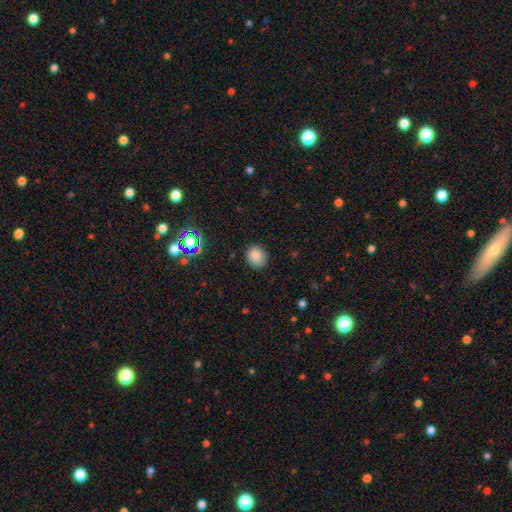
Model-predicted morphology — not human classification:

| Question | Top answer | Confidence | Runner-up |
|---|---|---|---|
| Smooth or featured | smooth | 83% | star or artifact (12%) |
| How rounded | round | 77% | in between (22%) |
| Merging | none | 85% | minor disturbance (11%) |